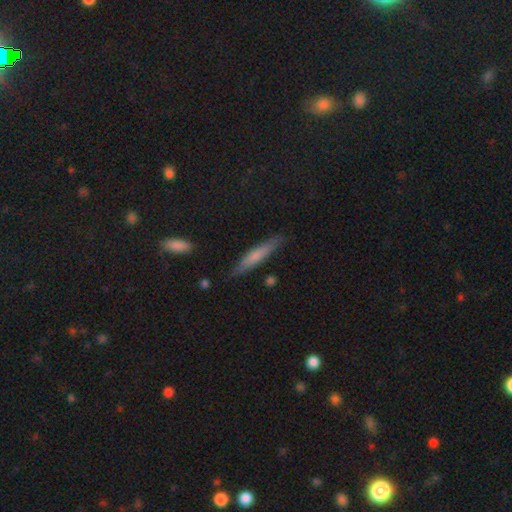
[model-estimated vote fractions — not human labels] A smooth galaxy with no disk features (64%) that is cigar-shaped (89%). Merging: none (84%).